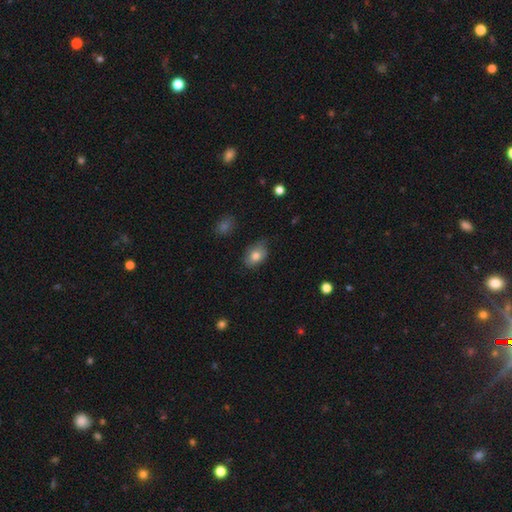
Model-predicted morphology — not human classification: This is clearly a smooth galaxy (80%). How rounded: clearly in between (82%). Merging: likely none (70%).